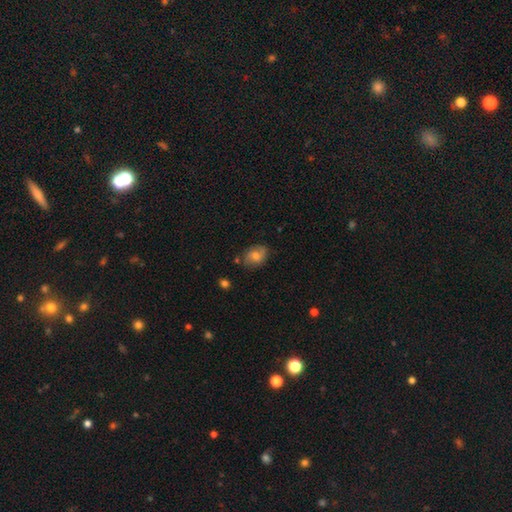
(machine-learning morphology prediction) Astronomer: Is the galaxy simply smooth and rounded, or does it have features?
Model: smooth — 61%.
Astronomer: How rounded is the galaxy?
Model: in between — 69%.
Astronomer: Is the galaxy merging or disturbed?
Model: none — 72%.